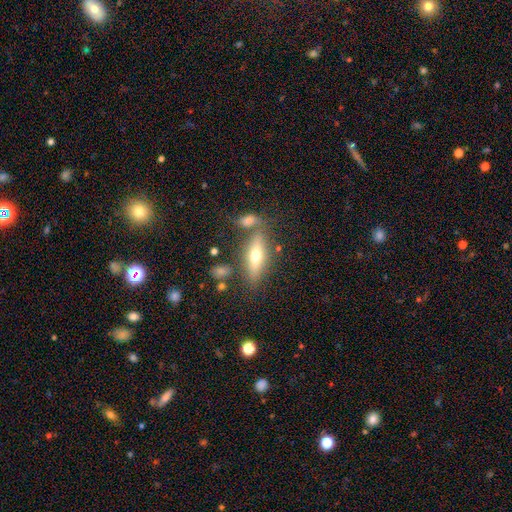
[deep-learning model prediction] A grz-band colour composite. It shows a smooth galaxy with no disk features (50%) that is cigar-shaped (49%). Merging: none (66%).